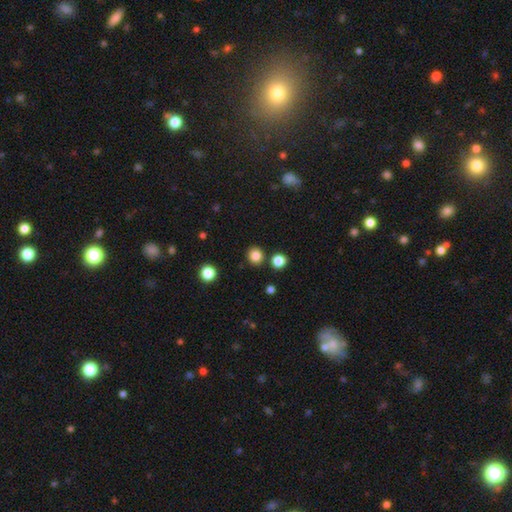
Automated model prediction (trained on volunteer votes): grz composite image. It shows a smooth galaxy with no disk features (84%) that is round (88%). Merging: none (87%).